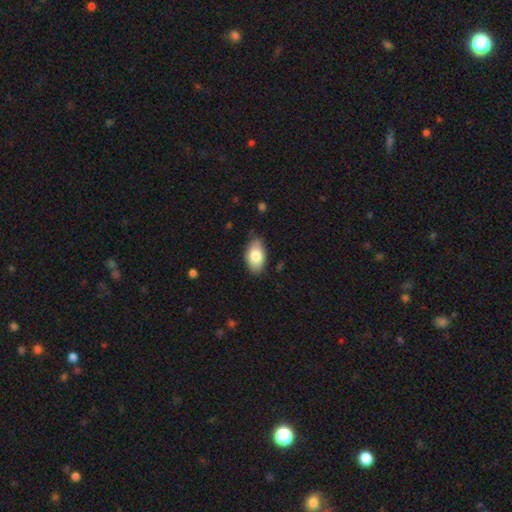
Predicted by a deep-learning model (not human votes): The model was most divided on "merging": none: 80%, minor disturbance: 16%, major disturbance: 3%, merger: 1%. More confident: how rounded — in between (93%); smooth or featured — smooth (81%).